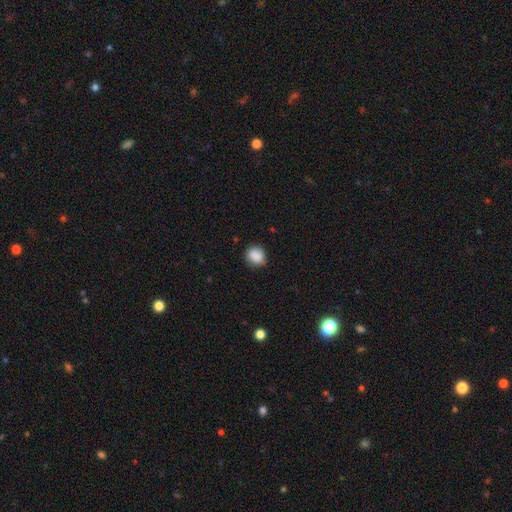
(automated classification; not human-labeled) Morphology: type=smooth (86%); roundness=round (72%); merging=none (76%).